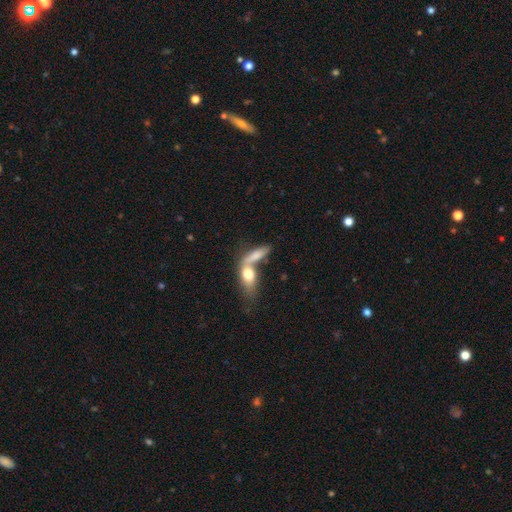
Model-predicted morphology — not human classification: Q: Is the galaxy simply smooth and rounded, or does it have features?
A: smooth — 72%.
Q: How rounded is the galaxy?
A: in between — 65%.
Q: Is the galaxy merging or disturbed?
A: merger — 64%.